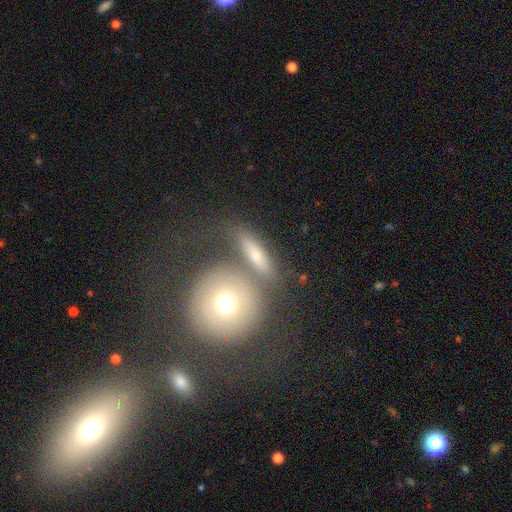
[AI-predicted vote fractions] A smooth galaxy with no disk features (58%) that is in between round and cigar-shaped (39%). Merging: none (52%).